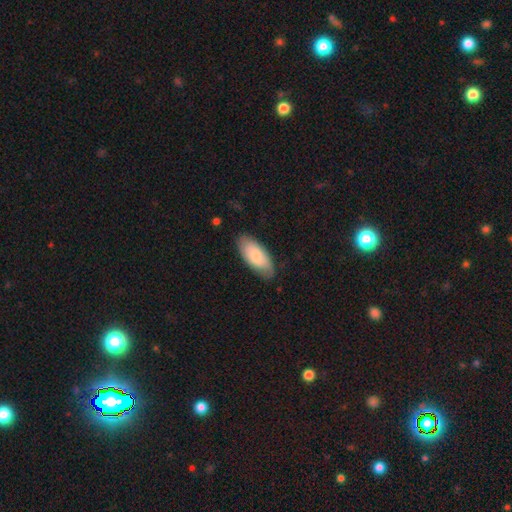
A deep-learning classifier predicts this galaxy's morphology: smooth-or-featured: smooth: 78% | featured or disk: 17% | star or artifact: 5%
  how-rounded: in between: 88% | cigar-shaped: 10% | round: 2%
  merging: none: 79% | minor disturbance: 17% | major disturbance: 3% | merger: 1%